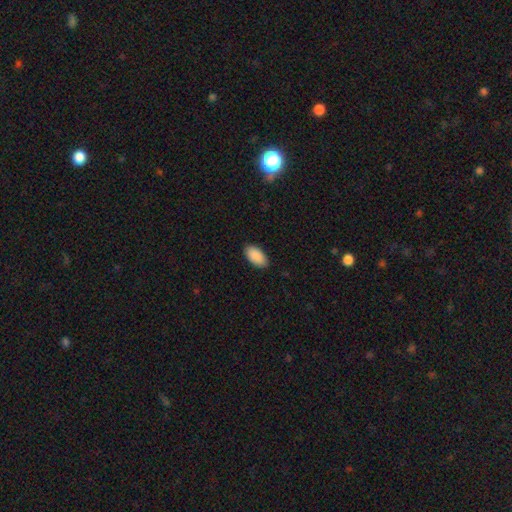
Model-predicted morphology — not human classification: smooth_or_featured: smooth (p=0.91) [alt: star or artifact p=0.06]
how_rounded: in between (p=0.96) [alt: round p=0.02]
merging: none (p=0.87) [alt: minor disturbance p=0.10]